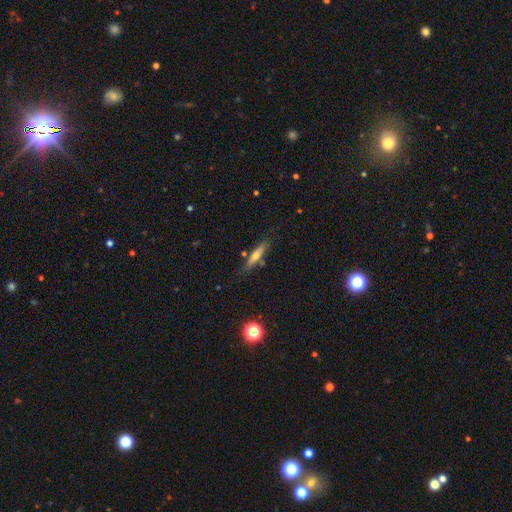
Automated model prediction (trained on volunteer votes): This appears to be a smooth galaxy with no disk features (49%). Merging: none (75%).